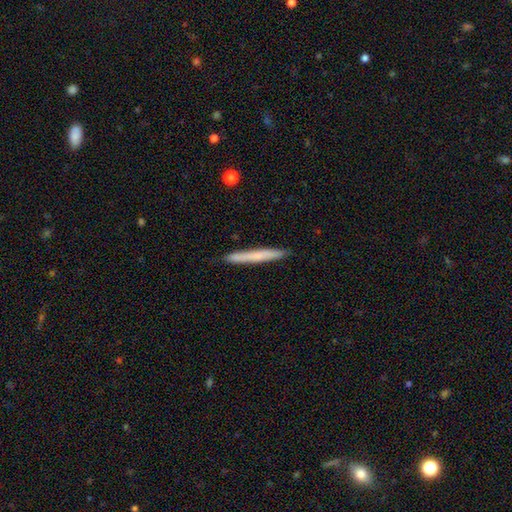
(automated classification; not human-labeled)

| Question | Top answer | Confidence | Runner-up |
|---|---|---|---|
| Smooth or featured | smooth | 63% | featured or disk (31%) |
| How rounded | cigar-shaped | 97% | in between (2%) |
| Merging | none | 91% | minor disturbance (7%) |